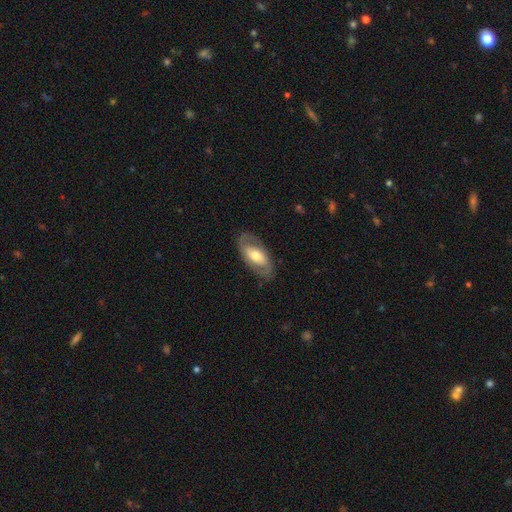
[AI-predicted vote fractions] A featured or disk galaxy (62%) with no bar (39%), spiral arms (72%) and a moderate central bulge (63%). Merging: none (81%).